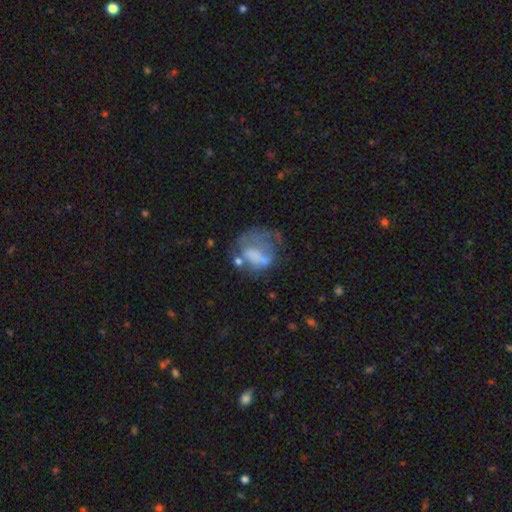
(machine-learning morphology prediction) Overall: featured or disk (46%; smooth 43%). Merging: major disturbance (43%; none 26%).